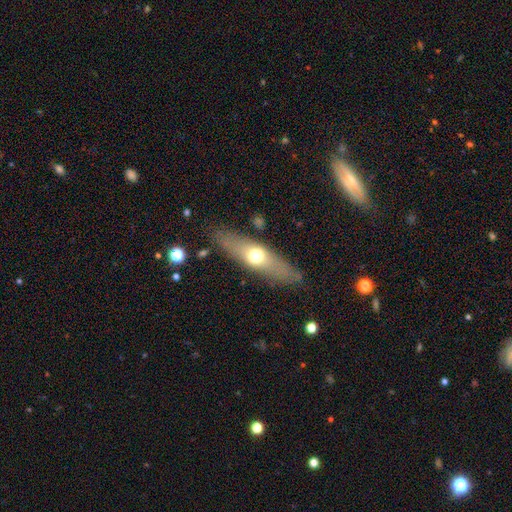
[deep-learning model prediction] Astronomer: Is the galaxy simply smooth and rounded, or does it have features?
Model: smooth — 50% (runner-up: featured or disk, 43%).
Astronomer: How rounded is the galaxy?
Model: cigar-shaped — 64%.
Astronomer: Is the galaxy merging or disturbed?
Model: none — 84%.